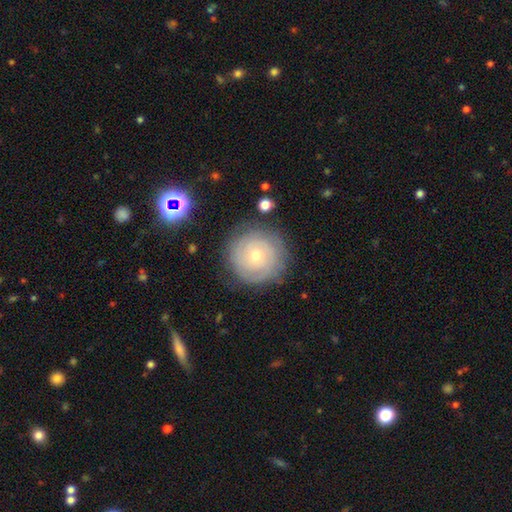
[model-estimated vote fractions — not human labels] This is likely a featured or disk galaxy (63%). It is clearly not viewed edge-on (97%). Bar: clearly no (84%). Spiral arm pattern: clearly yes (83%). Spiral arm count: possibly can't tell (46%). Spiral winding: clearly tight (82%). Central bulge: likely small (61%). Merging: clearly none (83%).